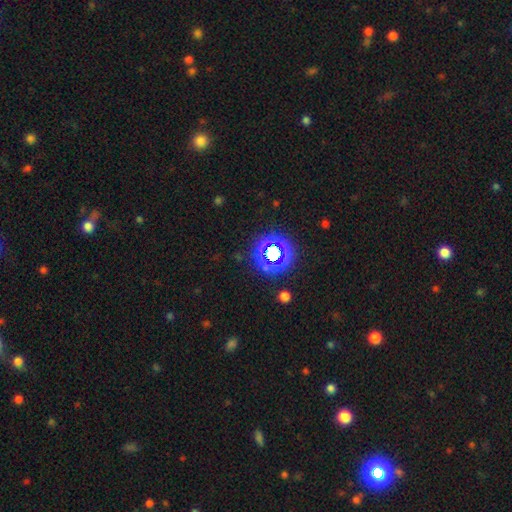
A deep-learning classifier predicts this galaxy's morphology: smooth_or_featured: star or artifact (p=0.68) [alt: smooth p=0.25]